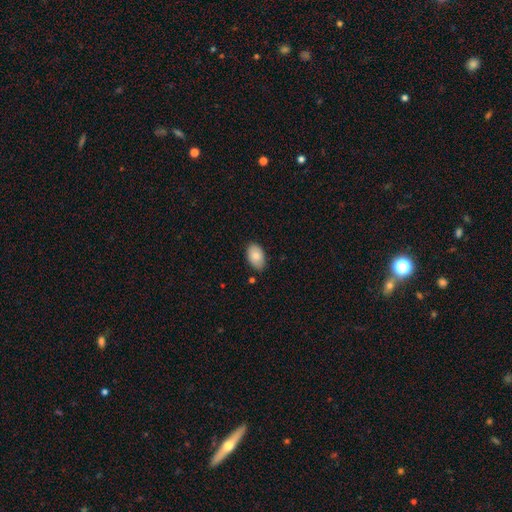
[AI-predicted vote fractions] This is clearly a smooth galaxy (84%). How rounded: clearly in between (93%). Merging: clearly none (82%).